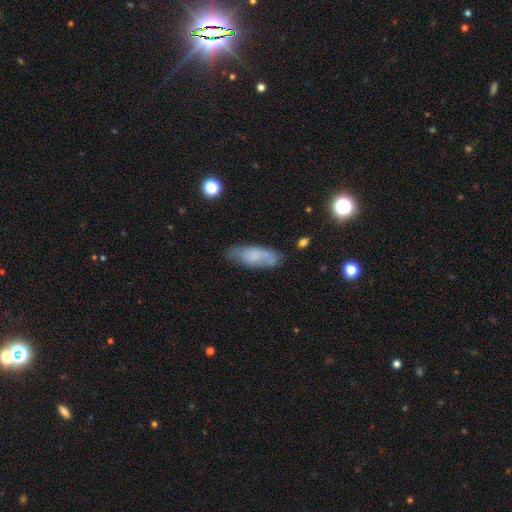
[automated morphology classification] A smooth galaxy with no disk features (61%) that is in between round and cigar-shaped (65%). Merging: none (67%).